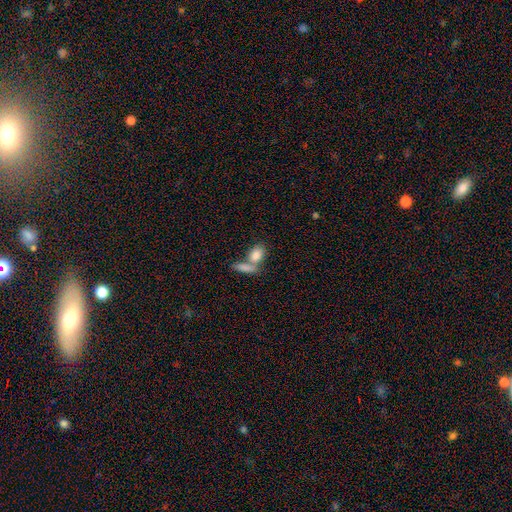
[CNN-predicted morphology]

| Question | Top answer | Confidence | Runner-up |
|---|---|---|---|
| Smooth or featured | smooth | 83% | featured or disk (11%) |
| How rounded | in between | 79% | round (14%) |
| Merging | merger | 53% | none (35%) |